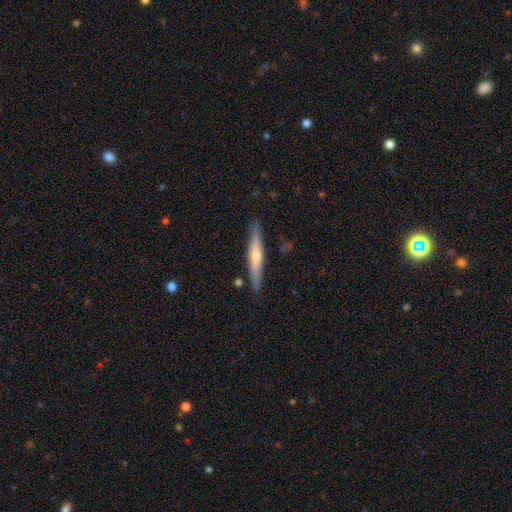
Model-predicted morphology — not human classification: featured or disk 51%, smooth 44%, star or artifact 6%. Down the decision tree: edge-on disk — yes (95%); merging — none (87%).